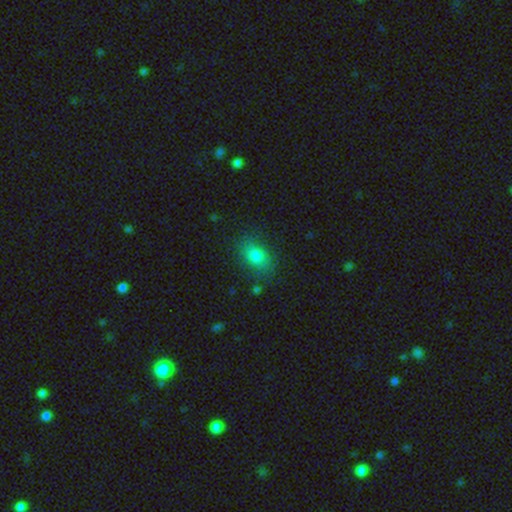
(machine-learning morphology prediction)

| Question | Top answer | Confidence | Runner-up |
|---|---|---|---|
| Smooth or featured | smooth | 79% | star or artifact (11%) |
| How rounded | in between | 72% | round (26%) |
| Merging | none | 78% | minor disturbance (15%) |